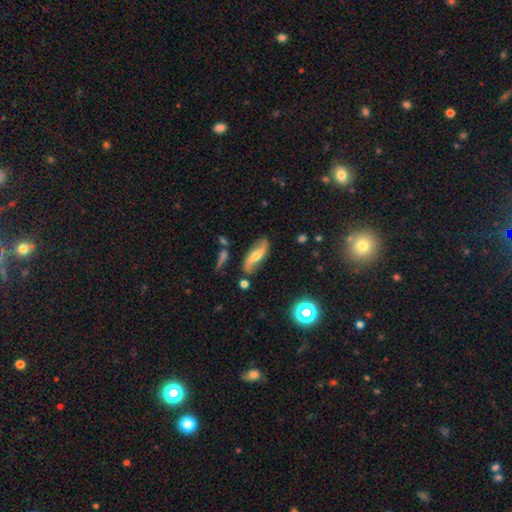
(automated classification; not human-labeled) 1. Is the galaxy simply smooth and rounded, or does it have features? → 76% featured or disk, 17% smooth, 7% star or artifact.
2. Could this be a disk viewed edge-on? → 87% no, 13% yes.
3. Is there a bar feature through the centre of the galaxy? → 39% no, 32% weak, 29% strong.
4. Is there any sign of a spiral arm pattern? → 92% yes, 8% no.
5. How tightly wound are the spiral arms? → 76% loose, 17% medium, 7% tight.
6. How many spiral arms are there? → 92% 2, 3% can't tell, 2% 1, 1% 3, 1% 4, 1% more than 4.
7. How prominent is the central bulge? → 57% moderate, 33% small, 5% large, 3% none, 2% dominant.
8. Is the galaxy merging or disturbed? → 78% none, 14% minor disturbance, 5% major disturbance, 3% merger.